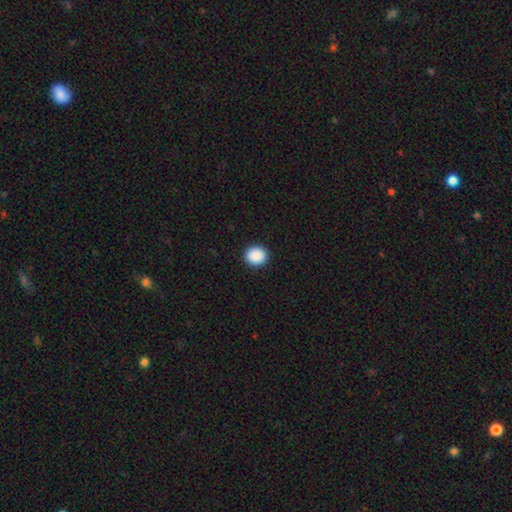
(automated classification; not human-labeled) Overall: smooth (90%). How rounded: round (82%). Merging: none (92%).